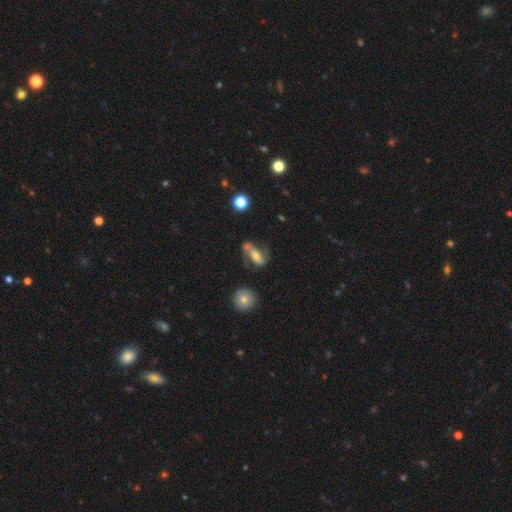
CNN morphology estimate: This is possibly a featured or disk galaxy (60%). It is clearly not viewed edge-on (85%). Bar: marginally strong (37%). Spiral arm pattern: likely yes (77%). Central bulge: possibly moderate (54%). Merging: possibly none (48%).